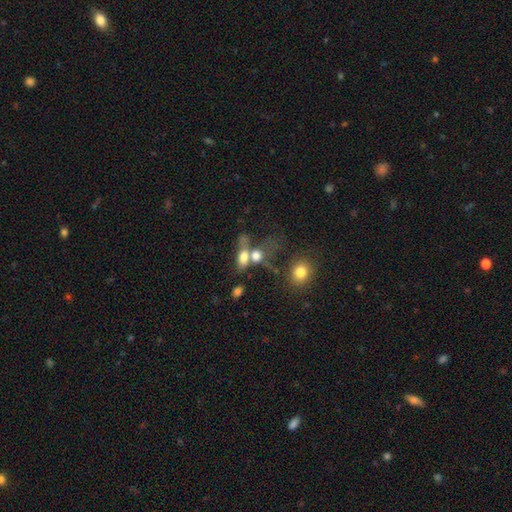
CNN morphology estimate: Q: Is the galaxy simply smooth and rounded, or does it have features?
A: smooth — 70%.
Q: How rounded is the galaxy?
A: in between — 64%.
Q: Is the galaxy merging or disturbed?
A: merger — 51%.